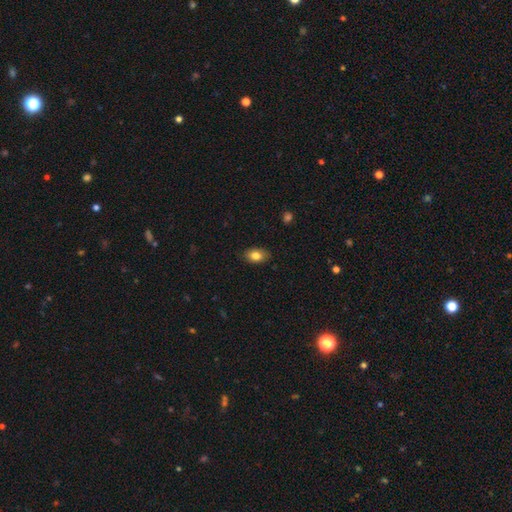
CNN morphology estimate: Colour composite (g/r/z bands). It shows a smooth galaxy with no disk features (82%) that is in between round and cigar-shaped (87%). Merging: none (85%).